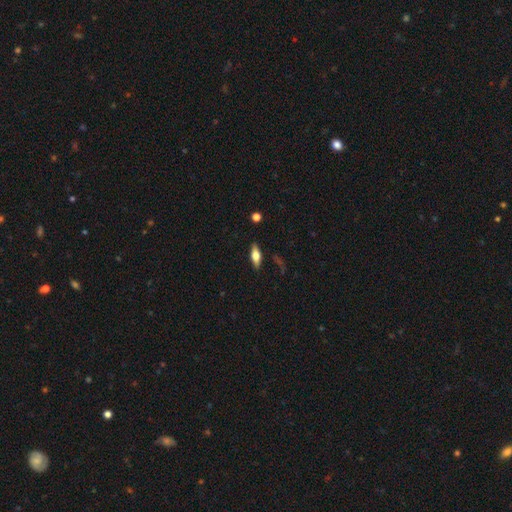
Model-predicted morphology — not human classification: The model was most divided on "smooth or featured": smooth: 50%, featured or disk: 43%, star or artifact: 7%. More confident: merging — none (85%).